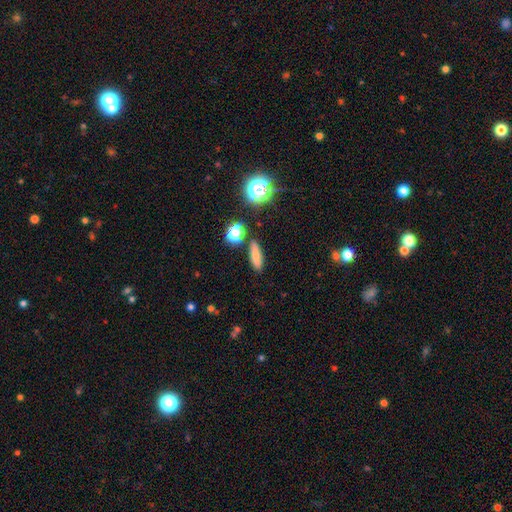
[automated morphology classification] smooth 75%, star or artifact 14%, featured or disk 11%. Down the decision tree: how rounded — cigar-shaped (54%); merging — none (85%).